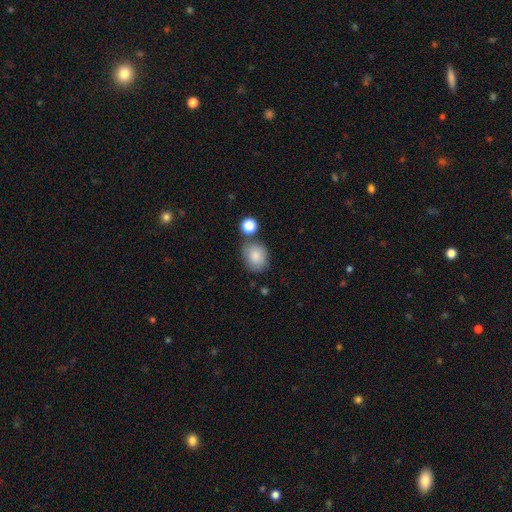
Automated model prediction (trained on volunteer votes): smooth 83%, featured or disk 9%, star or artifact 8%. Down the decision tree: how rounded — round (53%); merging — none (66%).